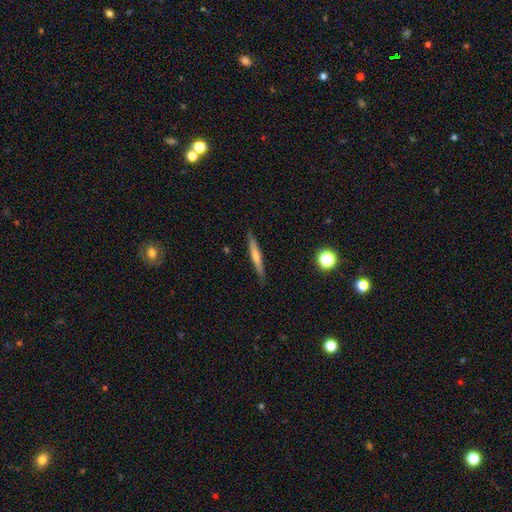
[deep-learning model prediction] smooth_or_featured: featured or disk (p=0.56) [alt: smooth p=0.36]
disk_edge_on: yes (p=0.96) [alt: no p=0.04]
edge_on_bulge: rounded (p=0.61) [alt: none p=0.31]
merging: none (p=0.89) [alt: minor disturbance p=0.08]